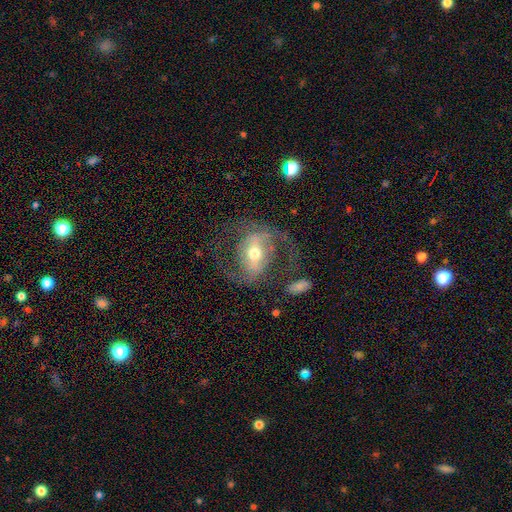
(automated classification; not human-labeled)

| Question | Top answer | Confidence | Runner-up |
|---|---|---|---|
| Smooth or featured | featured or disk | 82% | smooth (12%) |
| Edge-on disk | no | 96% | yes (4%) |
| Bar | strong | 47% | weak (34%) |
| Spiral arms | yes | 86% | no (14%) |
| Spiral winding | medium | 50% | loose (33%) |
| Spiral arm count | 2 | 87% | can't tell (6%) |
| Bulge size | moderate | 67% | small (24%) |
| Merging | none | 60% | major disturbance (20%) |